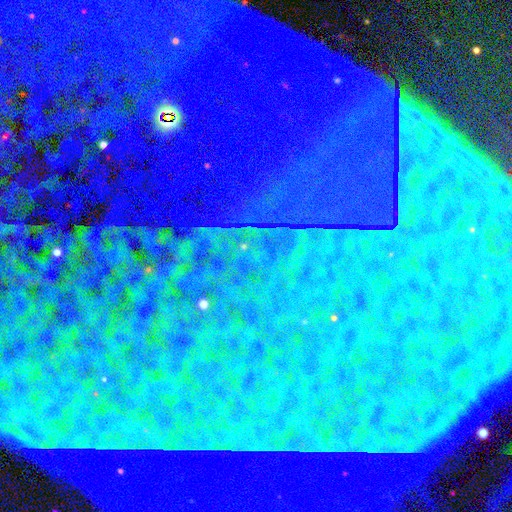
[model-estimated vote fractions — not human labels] This is clearly a star or artifact rather than a galaxy (85%).